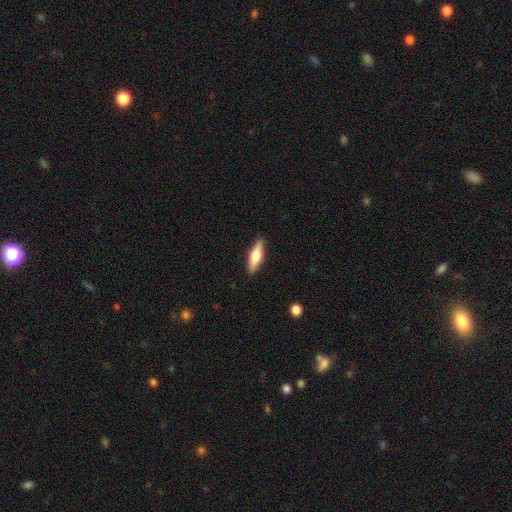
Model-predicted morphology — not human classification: Smooth or featured? Predicted: smooth (p=0.53). How rounded? Predicted: cigar-shaped (p=0.55). Merging? Predicted: none (p=0.89).